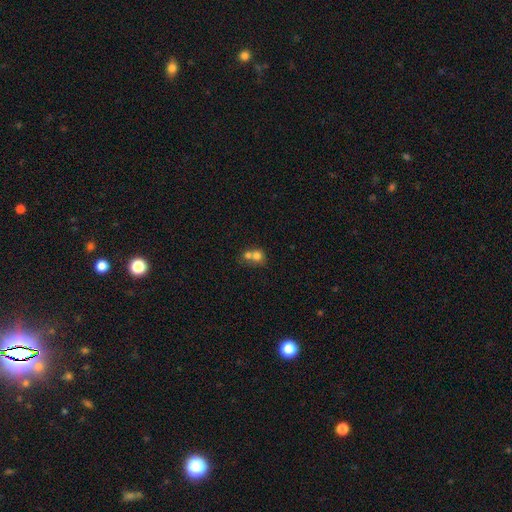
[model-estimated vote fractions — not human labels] Smooth or featured?
  - smooth: 72% *
  - featured or disk: 17%
  - star or artifact: 11%
How rounded?
  - round: 74% *
  - in between: 25%
  - cigar-shaped: 1%
Merging?
  - merger: 66% *
  - none: 26%
  - minor disturbance: 5%
  - major disturbance: 3%